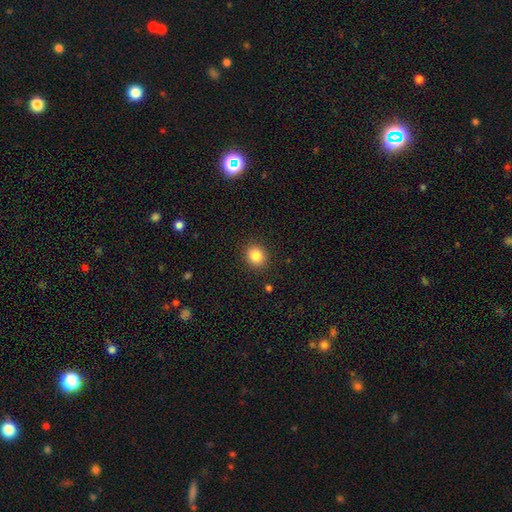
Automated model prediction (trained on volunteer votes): Overall: smooth (84%). How rounded: round (74%). Merging: none (90%).